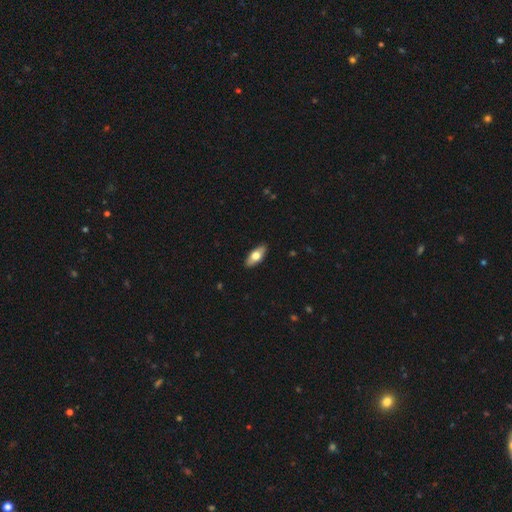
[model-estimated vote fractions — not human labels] A smooth galaxy with no disk features (67%) that is in between round and cigar-shaped (82%).

Vote fractions:
- Smooth or featured? smooth: 67% / featured or disk: 27% / star or artifact: 6%
- How rounded? in between: 82% / cigar-shaped: 15% / round: 3%
- Merging? none: 89% / minor disturbance: 8% / major disturbance: 2% / merger: 1%